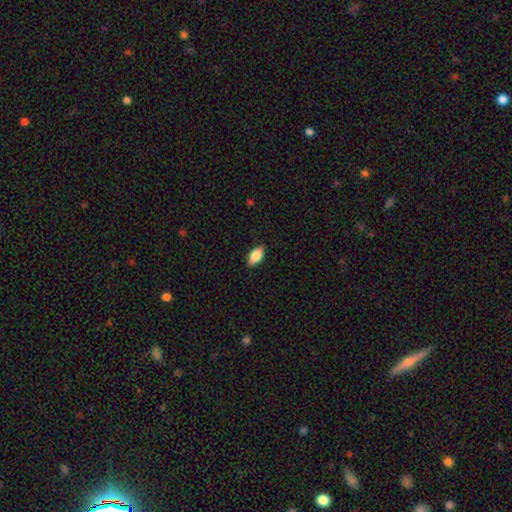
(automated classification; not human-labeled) A smooth galaxy with no disk features (83%) that is in between round and cigar-shaped (91%).

Vote fractions:
- Smooth or featured? smooth: 83% / featured or disk: 10% / star or artifact: 7%
- How rounded? in between: 91% / cigar-shaped: 5% / round: 4%
- Merging? none: 87% / minor disturbance: 10% / major disturbance: 2% / merger: 1%